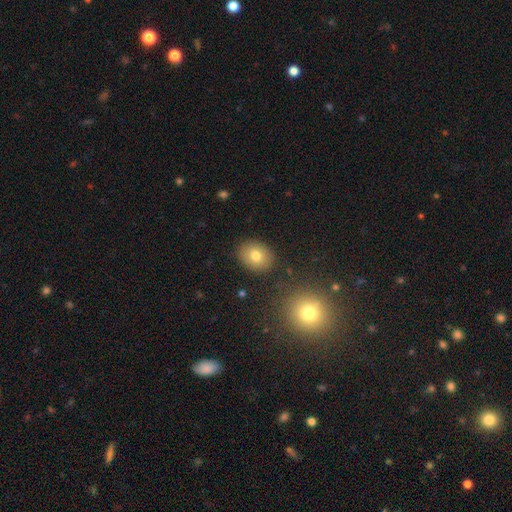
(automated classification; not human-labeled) Smooth or featured? smooth (76%)
How rounded? in between (53%)
Merging? none (87%)